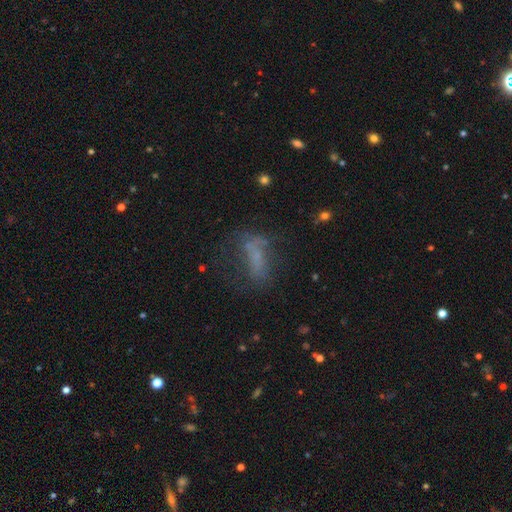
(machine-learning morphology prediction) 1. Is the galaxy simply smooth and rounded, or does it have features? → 45% smooth, 34% featured or disk, 21% star or artifact.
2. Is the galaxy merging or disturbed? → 44% none, 29% major disturbance, 21% minor disturbance, 6% merger.